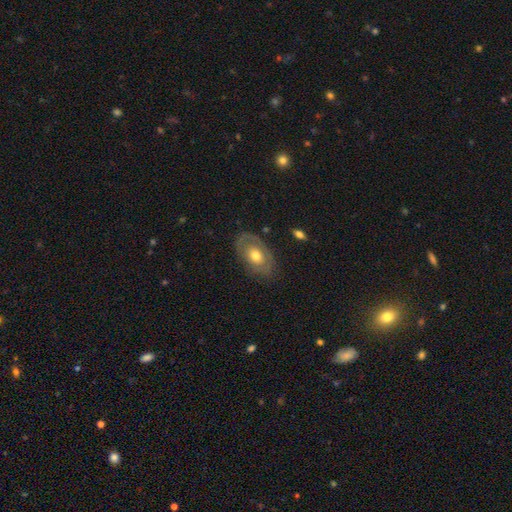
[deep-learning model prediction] Overall: featured or disk (52%; smooth 42%). Edge-on disk: no (90%). Merging: none (72%).